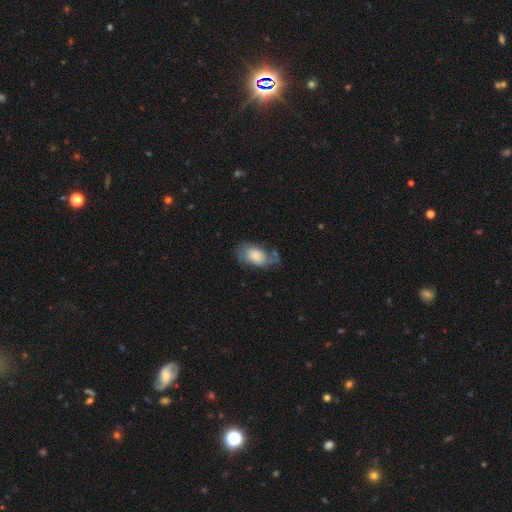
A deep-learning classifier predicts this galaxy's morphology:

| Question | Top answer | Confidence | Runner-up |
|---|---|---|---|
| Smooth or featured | smooth | 64% | featured or disk (29%) |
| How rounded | in between | 90% | round (8%) |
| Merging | none | 45% | minor disturbance (32%) |